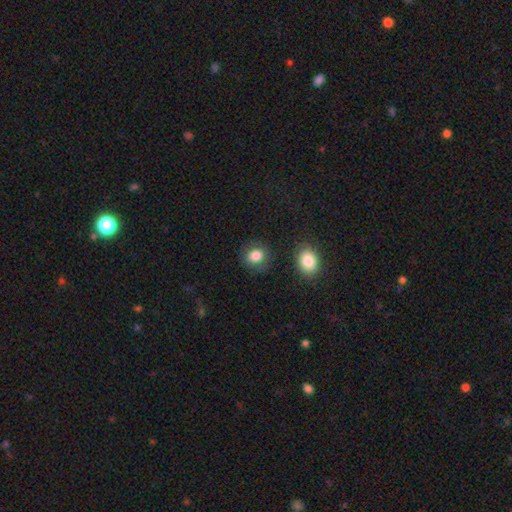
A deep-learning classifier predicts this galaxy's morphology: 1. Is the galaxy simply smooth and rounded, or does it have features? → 83% smooth, 9% star or artifact, 8% featured or disk.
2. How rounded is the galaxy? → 67% round, 32% in between, 1% cigar-shaped.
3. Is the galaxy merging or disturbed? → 79% none, 13% minor disturbance, 5% major disturbance, 3% merger.